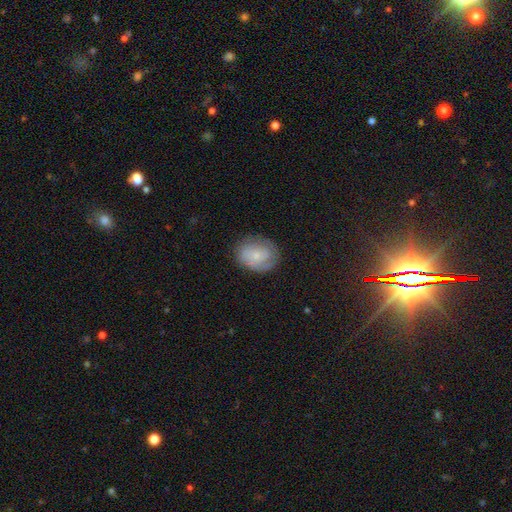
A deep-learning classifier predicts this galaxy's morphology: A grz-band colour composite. It shows a smooth galaxy with no disk features (49%). Merging: none (73%).